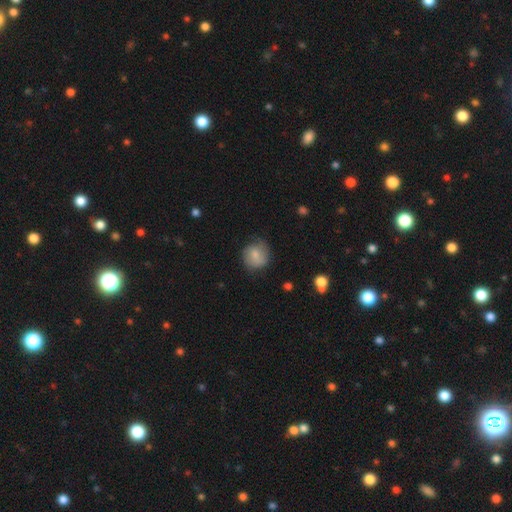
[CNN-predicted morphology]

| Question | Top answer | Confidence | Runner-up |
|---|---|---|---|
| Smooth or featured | smooth | 74% | featured or disk (18%) |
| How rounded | round | 82% | in between (17%) |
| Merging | none | 67% | minor disturbance (24%) |